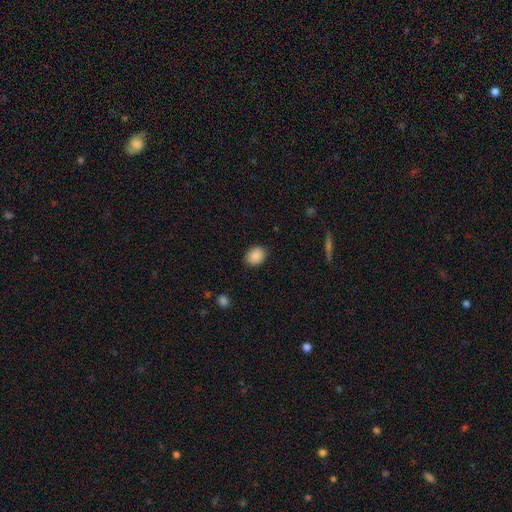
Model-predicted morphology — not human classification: Smooth or featured?
  - smooth: 89% *
  - star or artifact: 8%
  - featured or disk: 3%
How rounded?
  - in between: 53% *
  - round: 46%
  - cigar-shaped: 1%
Merging?
  - none: 87% *
  - minor disturbance: 10%
  - major disturbance: 2%
  - merger: 1%